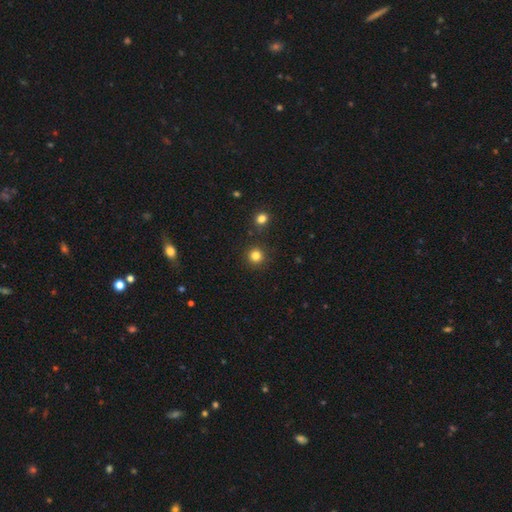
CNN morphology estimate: This is clearly a smooth galaxy (81%). How rounded: clearly round (94%). Merging: clearly none (89%).